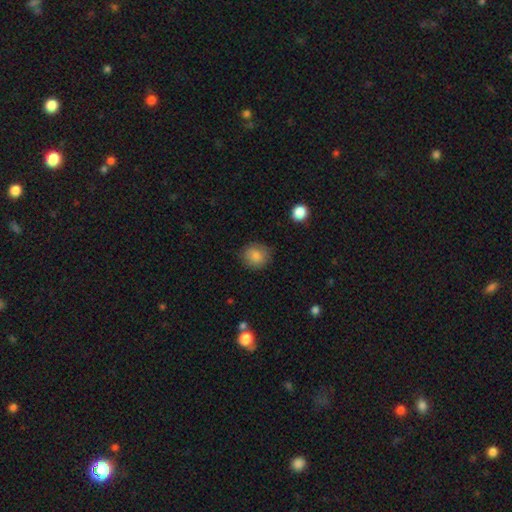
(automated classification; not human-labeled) Q: Smooth or featured?
A: smooth (84%); runner-up: star or artifact (9%)
Q: How rounded?
A: round (86%); runner-up: in between (13%)
Q: Merging?
A: none (83%); runner-up: minor disturbance (13%)